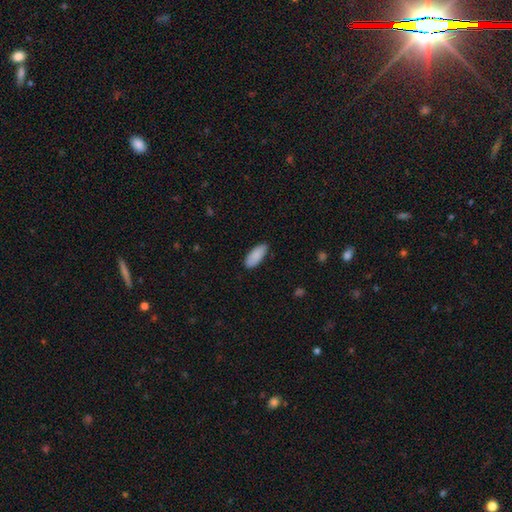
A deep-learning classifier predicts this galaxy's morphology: This is clearly a smooth galaxy (88%). How rounded: clearly in between (84%). Merging: clearly none (83%).